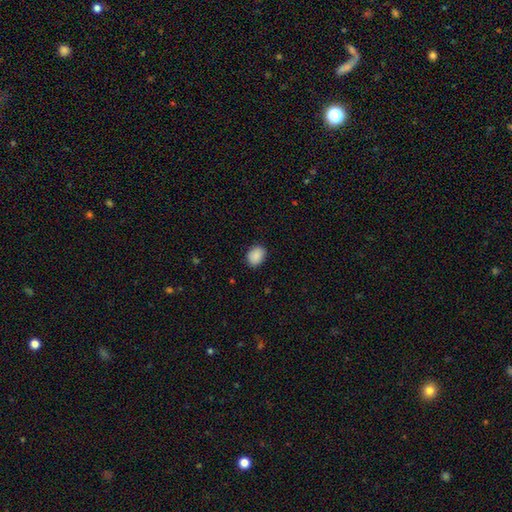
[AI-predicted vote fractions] smooth_or_featured: smooth (p=0.90) [alt: star or artifact p=0.07]
how_rounded: in between (p=0.61) [alt: round p=0.38]
merging: none (p=0.86) [alt: minor disturbance p=0.11]